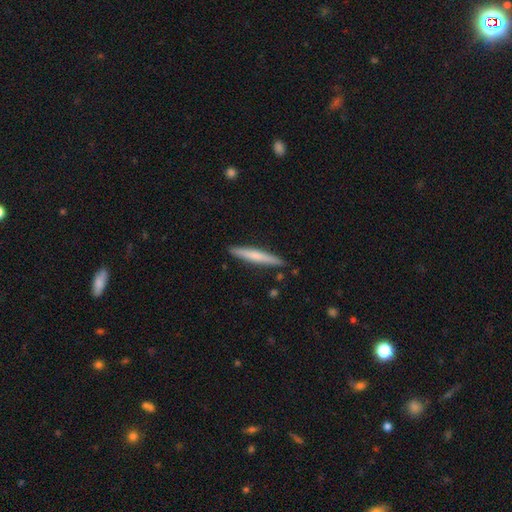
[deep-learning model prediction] Smooth or featured: smooth — 60% (featured or disk — 35%)
How rounded: cigar-shaped — 95% (in between — 4%)
Merging: none — 90% (minor disturbance — 7%)